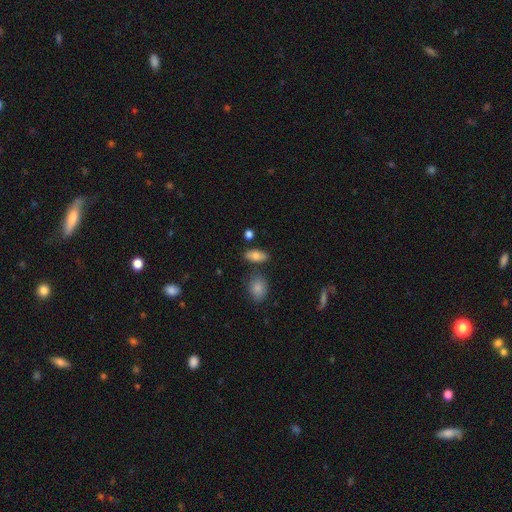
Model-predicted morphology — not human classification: Smooth or featured: smooth — 77% (featured or disk — 16%)
How rounded: in between — 86% (cigar-shaped — 8%)
Merging: none — 75% (minor disturbance — 14%)